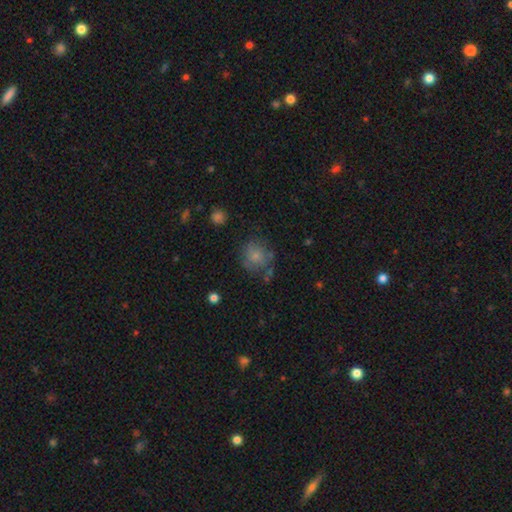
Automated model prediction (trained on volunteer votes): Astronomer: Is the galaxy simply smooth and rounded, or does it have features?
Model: smooth — 72%.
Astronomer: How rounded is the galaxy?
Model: round — 83%.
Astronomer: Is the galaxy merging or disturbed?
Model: none — 63%.